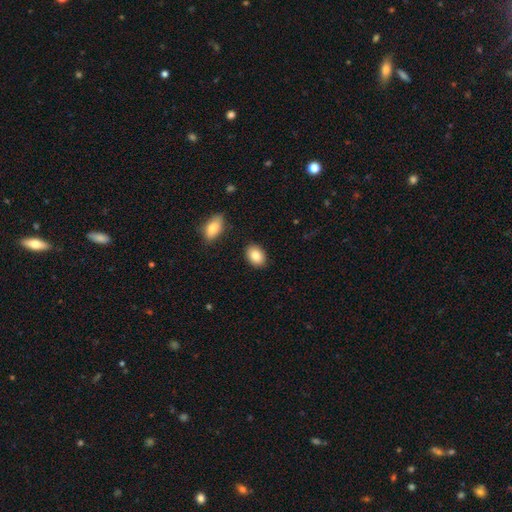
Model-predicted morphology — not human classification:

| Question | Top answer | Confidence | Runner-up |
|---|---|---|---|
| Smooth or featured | smooth | 87% | star or artifact (7%) |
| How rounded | in between | 80% | round (19%) |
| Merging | none | 87% | minor disturbance (8%) |